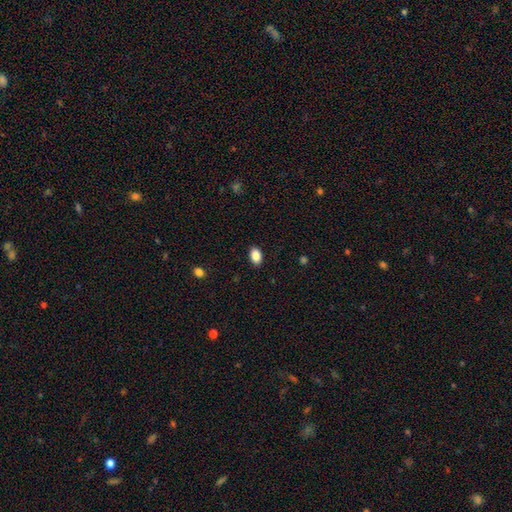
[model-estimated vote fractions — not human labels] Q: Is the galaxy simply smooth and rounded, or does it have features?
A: smooth — 87%.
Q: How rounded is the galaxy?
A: in between — 88%.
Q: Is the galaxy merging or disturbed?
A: none — 89%.